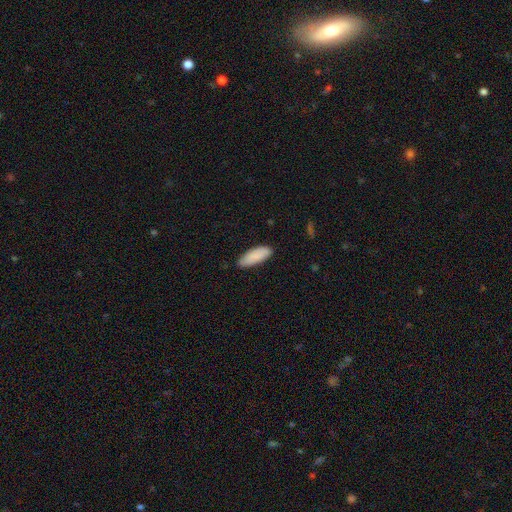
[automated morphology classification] A smooth galaxy with no disk features (89%) that is in between round and cigar-shaped (73%).

Vote fractions:
- Smooth or featured? smooth: 89% / featured or disk: 6% / star or artifact: 5%
- How rounded? in between: 73% / cigar-shaped: 25% / round: 1%
- Merging? none: 82% / minor disturbance: 15% / major disturbance: 2% / merger: 1%